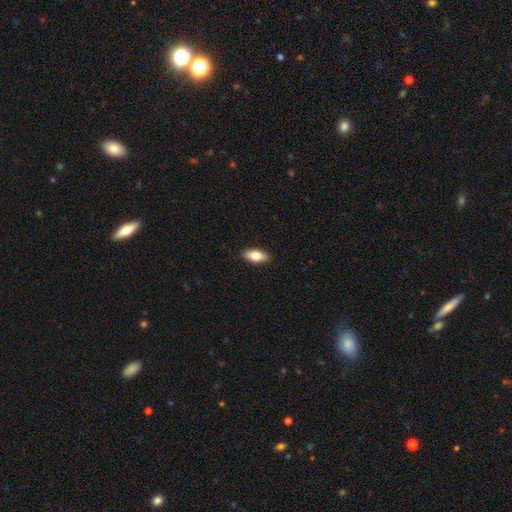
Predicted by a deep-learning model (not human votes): A smooth galaxy with no disk features (77%) that is in between round and cigar-shaped (83%). Merging: none (90%).